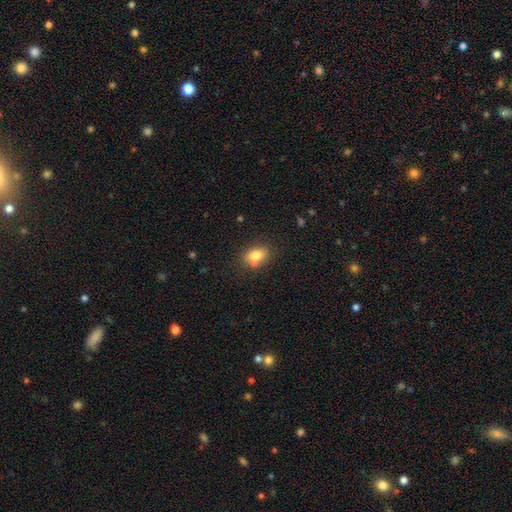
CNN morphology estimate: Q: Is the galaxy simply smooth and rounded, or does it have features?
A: smooth — 79%.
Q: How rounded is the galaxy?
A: in between — 71%.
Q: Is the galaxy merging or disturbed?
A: none — 66%.